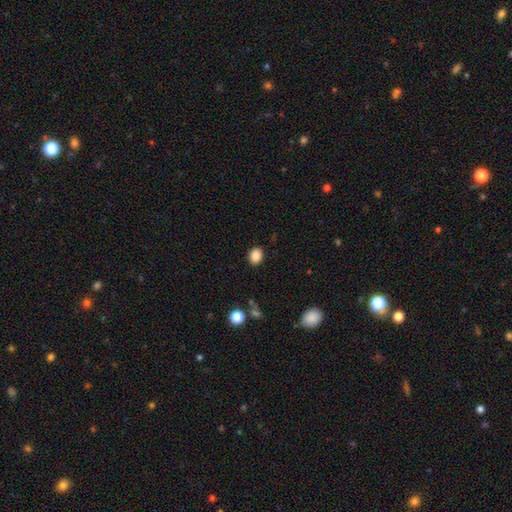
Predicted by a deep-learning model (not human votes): Smooth or featured? Predicted: smooth (p=0.88). How rounded? Predicted: in between (p=0.57). Merging? Predicted: none (p=0.88).